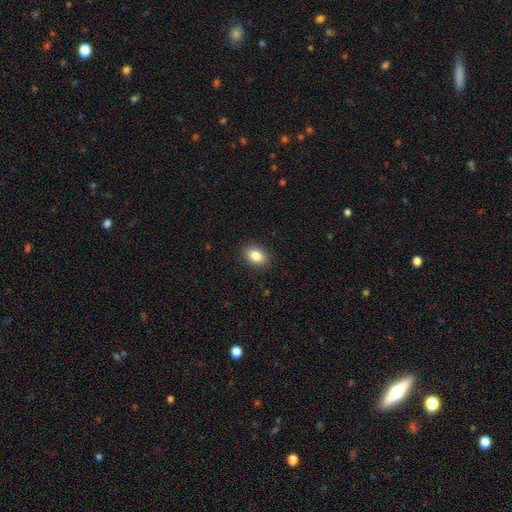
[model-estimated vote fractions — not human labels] Morphology: type=smooth (84%); roundness=in between (77%); merging=none (89%).